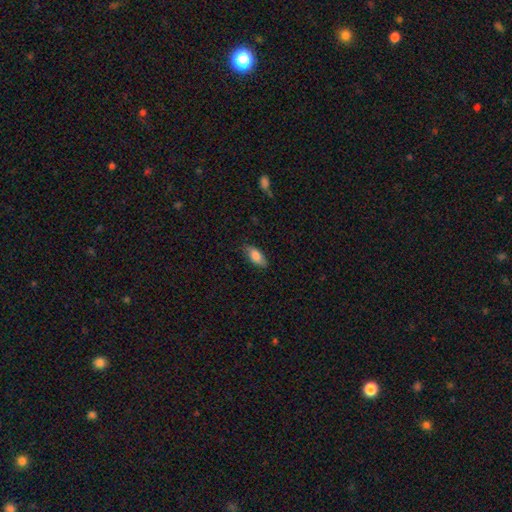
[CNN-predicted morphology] This appears to be a smooth galaxy with no disk features (83%) that is in between round and cigar-shaped (85%). Merging: none (80%).